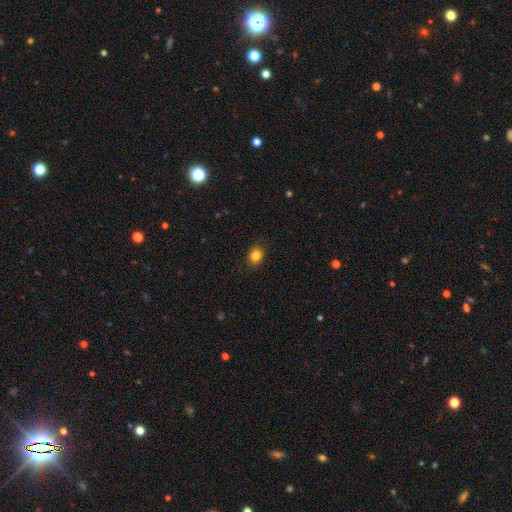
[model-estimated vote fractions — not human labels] Morphology: type=smooth (84%); roundness=round (60%); merging=none (88%).